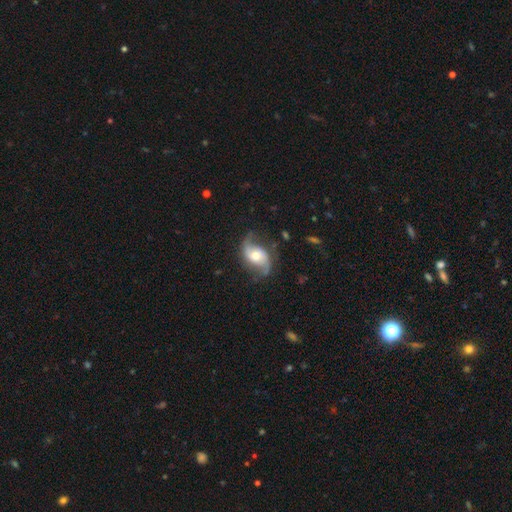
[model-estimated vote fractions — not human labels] smooth-or-featured: featured or disk: 82% | smooth: 12% | star or artifact: 6%
  disk-edge-on: no: 97% | yes: 3%
    bar: no: 61% | weak: 30% | strong: 9%
    has-spiral-arms: yes: 95% | no: 5%
      spiral-winding: loose: 61% | medium: 30% | tight: 9%
      spiral-arm-count: 2: 91% | can't tell: 3% | 1: 3% | 3: 1% | 4: 1% | more than 4: 1%
    bulge-size: moderate: 66% | small: 22% | large: 9% | none: 1% | dominant: 1%
  merging: none: 71% | minor disturbance: 19% | major disturbance: 9% | merger: 2%